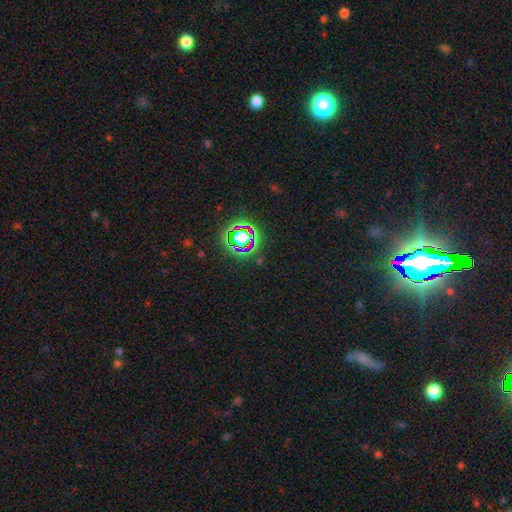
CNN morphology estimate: This is likely a star or artifact rather than a galaxy (79%).